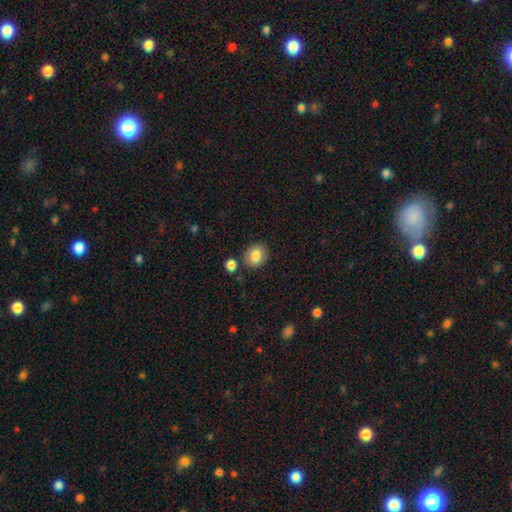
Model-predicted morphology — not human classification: smooth_or_featured: smooth (p=0.84) [alt: star or artifact p=0.09]
how_rounded: round (p=0.67) [alt: in between p=0.32]
merging: none (p=0.80) [alt: minor disturbance p=0.10]